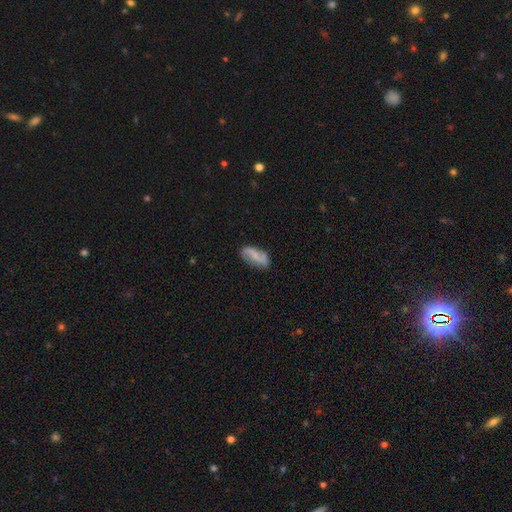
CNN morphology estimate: smooth_or_featured: featured or disk (p=0.55) [alt: smooth p=0.38]
disk_edge_on: no (p=0.95) [alt: yes p=0.05]
bar: weak (p=0.41) [alt: no p=0.38]
has_spiral_arms: yes (p=0.88) [alt: no p=0.12]
bulge_size: none (p=0.41) [alt: small p=0.39]
merging: none (p=0.74) [alt: minor disturbance p=0.19]